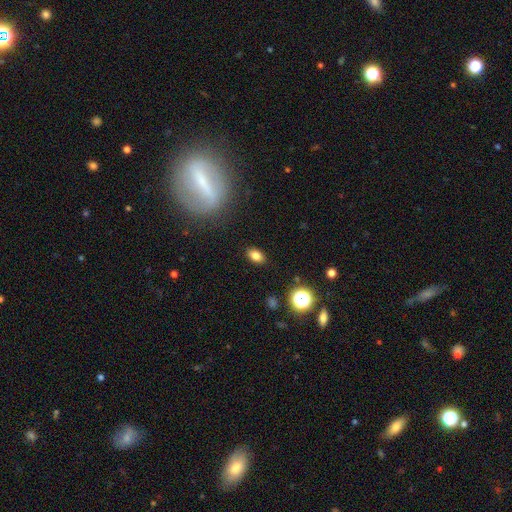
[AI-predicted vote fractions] smooth-or-featured: smooth: 80% | star or artifact: 12% | featured or disk: 7%
  how-rounded: in between: 86% | round: 12% | cigar-shaped: 2%
  merging: none: 88% | minor disturbance: 8% | major disturbance: 2% | merger: 1%